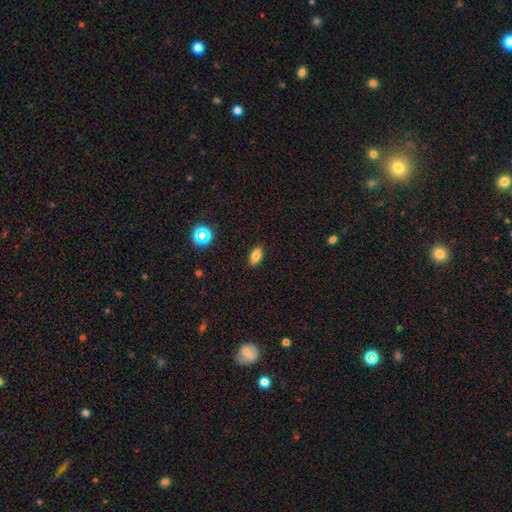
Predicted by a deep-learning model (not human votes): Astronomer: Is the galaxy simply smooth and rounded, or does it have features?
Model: smooth — 78%.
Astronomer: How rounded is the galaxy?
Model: in between — 83%.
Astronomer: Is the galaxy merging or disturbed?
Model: none — 88%.